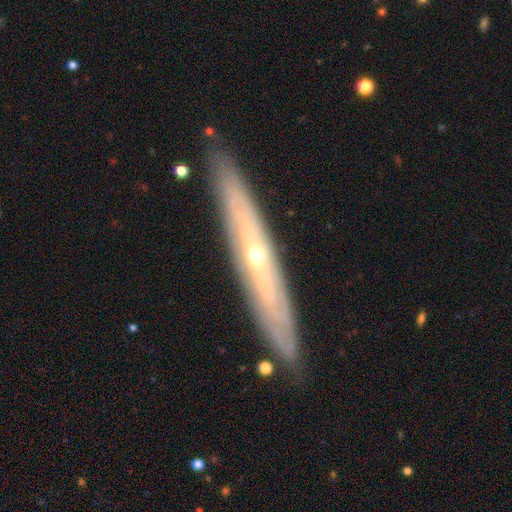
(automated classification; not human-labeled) Smooth or featured?
  - featured or disk: 75% *
  - smooth: 19%
  - star or artifact: 6%
Edge-on disk?
  - yes: 77% *
  - no: 23%
Edge-on bulge?
  - rounded: 70% *
  - none: 29%
  - boxy: 2%
Merging?
  - none: 89% *
  - minor disturbance: 8%
  - major disturbance: 2%
  - merger: 1%